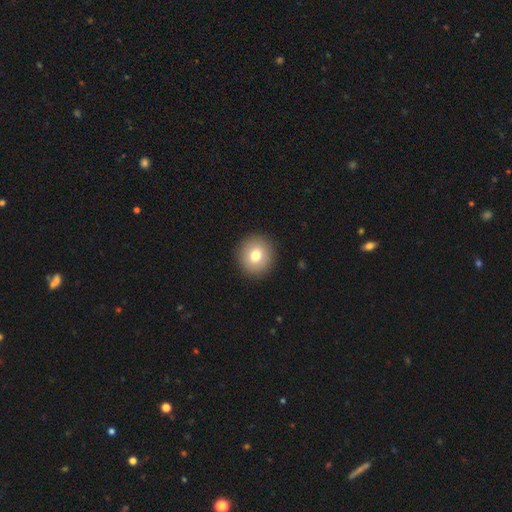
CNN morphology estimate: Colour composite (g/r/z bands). It shows a smooth galaxy with no disk features (77%) that is round (91%). Merging: none (92%).